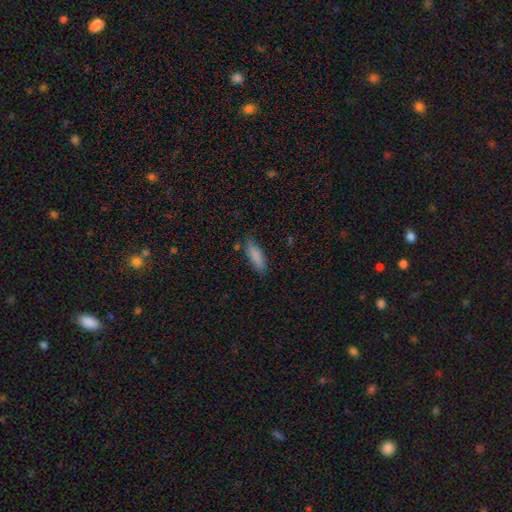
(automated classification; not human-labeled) A smooth galaxy with no disk features (84%) that is in between round and cigar-shaped (52%).

Vote fractions:
- Smooth or featured? smooth: 84% / featured or disk: 9% / star or artifact: 7%
- How rounded? in between: 52% / cigar-shaped: 46% / round: 2%
- Merging? none: 77% / minor disturbance: 17% / major disturbance: 3% / merger: 2%